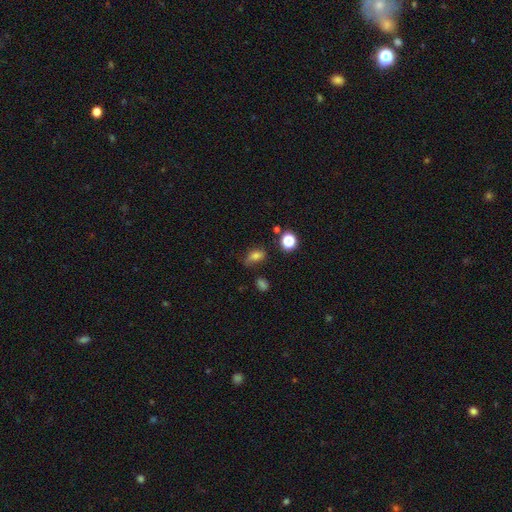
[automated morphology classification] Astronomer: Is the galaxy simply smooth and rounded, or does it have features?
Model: smooth — 73%.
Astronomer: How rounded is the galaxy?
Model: in between — 77%.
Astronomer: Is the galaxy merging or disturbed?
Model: none — 60%.